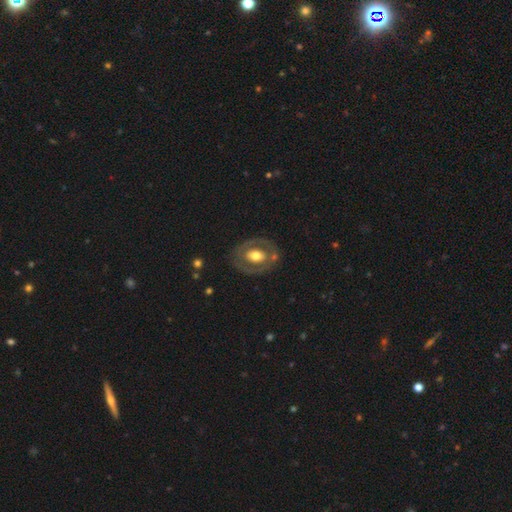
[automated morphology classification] featured or disk 57%, smooth 38%, star or artifact 5%. Down the decision tree: edge-on disk — no (93%); bar — no (69%); spiral arms — no (82%); bulge size — moderate (61%); merging — none (75%).